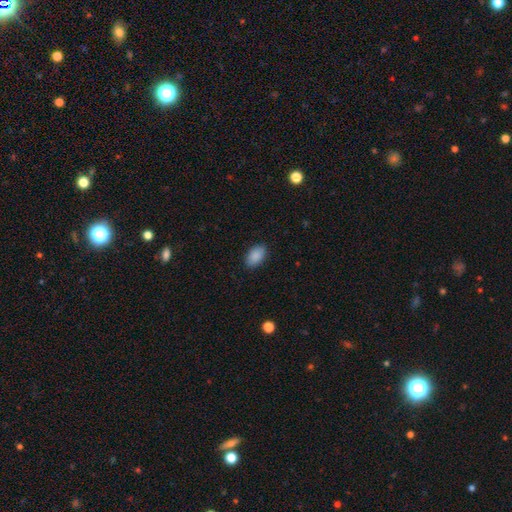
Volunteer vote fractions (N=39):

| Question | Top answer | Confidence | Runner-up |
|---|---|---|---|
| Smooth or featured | smooth | 90% | star or artifact (8%) |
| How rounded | in between | 91% | cigar-shaped (9%) |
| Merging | none | 89% | minor disturbance (8%) |